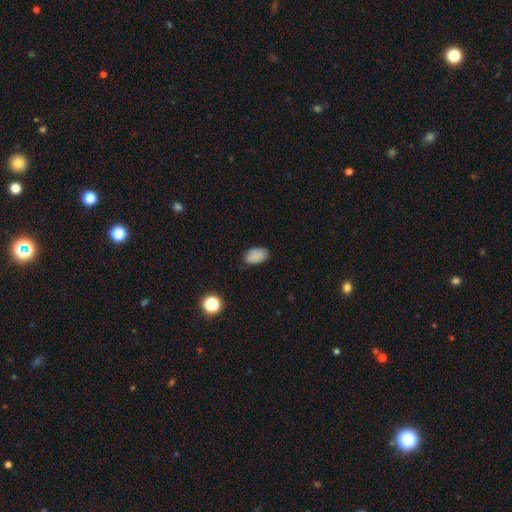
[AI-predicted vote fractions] smooth_or_featured: smooth (p=0.85) [alt: star or artifact p=0.10]
how_rounded: in between (p=0.89) [alt: round p=0.09]
merging: none (p=0.81) [alt: minor disturbance p=0.15]